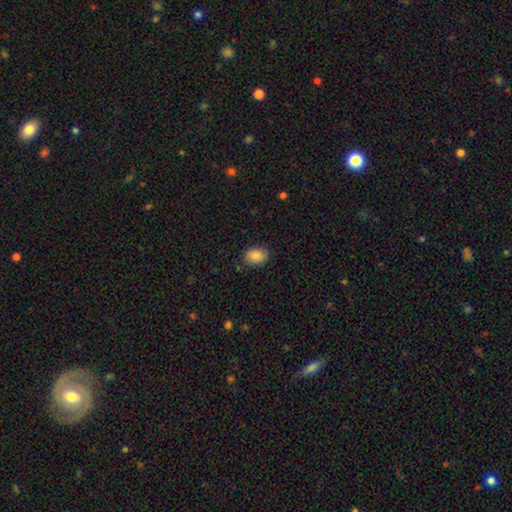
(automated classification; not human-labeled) Morphology: type=smooth (86%); roundness=in between (67%); merging=none (83%).